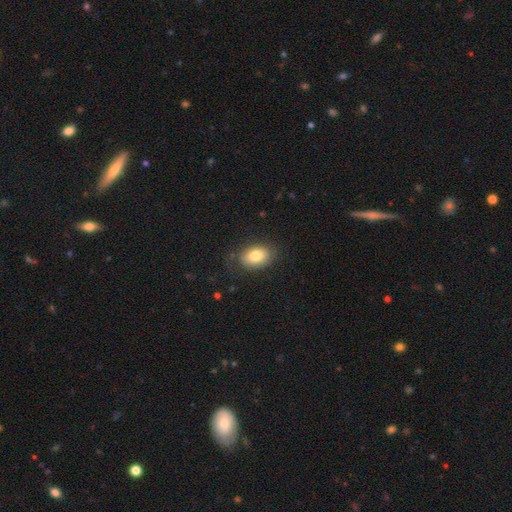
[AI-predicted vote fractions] This is clearly a smooth galaxy (80%). How rounded: clearly in between (84%). Merging: likely none (79%).